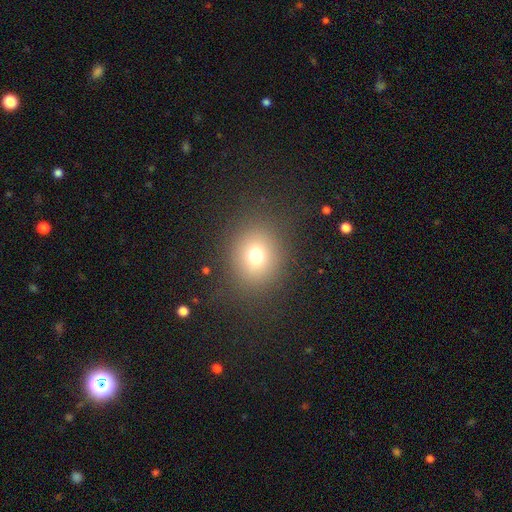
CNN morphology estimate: Smooth or featured?
  - smooth: 72% *
  - star or artifact: 18%
  - featured or disk: 11%
How rounded?
  - round: 75% *
  - in between: 24%
  - cigar-shaped: 1%
Merging?
  - none: 84% *
  - minor disturbance: 8%
  - major disturbance: 6%
  - merger: 1%